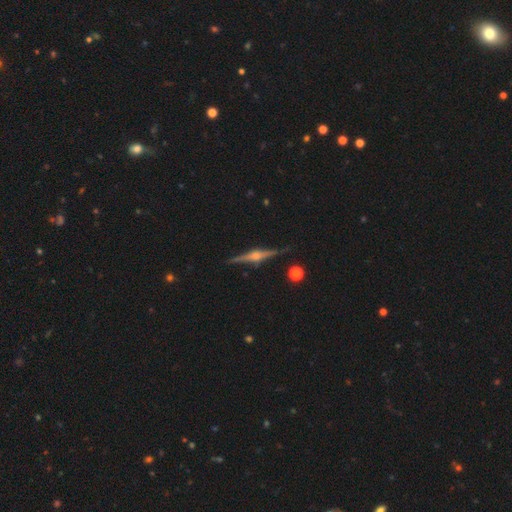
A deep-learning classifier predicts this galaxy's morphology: smooth_or_featured: featured or disk (p=0.83) [alt: smooth p=0.11]
disk_edge_on: yes (p=0.98) [alt: no p=0.02]
edge_on_bulge: rounded (p=0.85) [alt: boxy p=0.12]
merging: none (p=0.89) [alt: minor disturbance p=0.08]